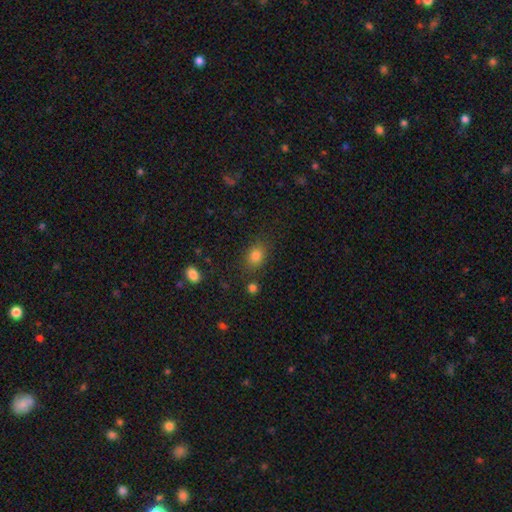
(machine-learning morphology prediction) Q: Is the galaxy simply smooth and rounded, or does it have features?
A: smooth — 82%.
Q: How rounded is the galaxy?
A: in between — 62%.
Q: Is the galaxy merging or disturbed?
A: none — 79%.